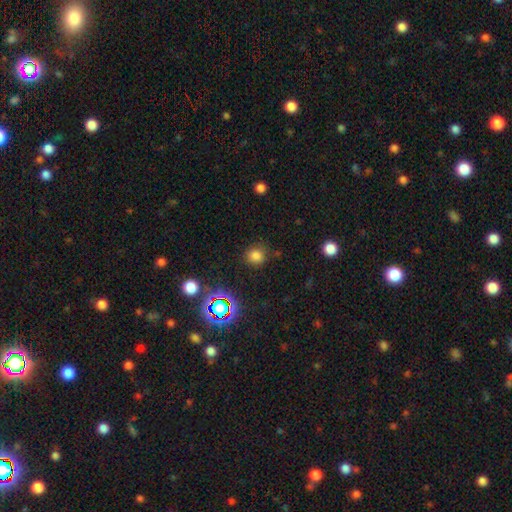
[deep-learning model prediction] Smooth or featured? smooth (75%)
How rounded? round (84%)
Merging? none (82%)